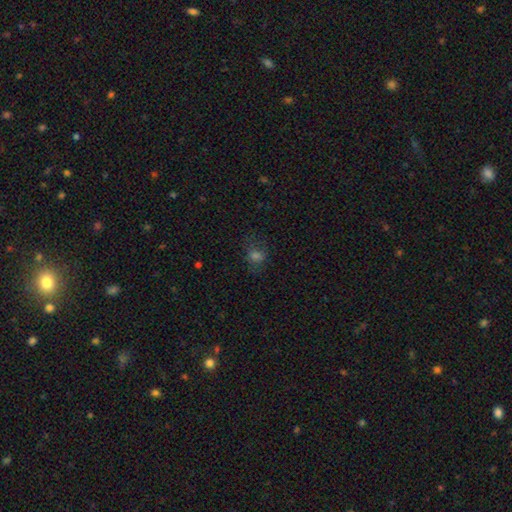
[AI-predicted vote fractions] Morphology: type=smooth (61%); roundness=round (53%); merging=none (66%).